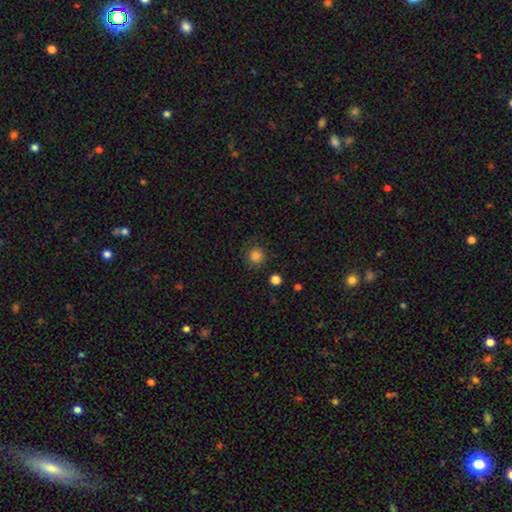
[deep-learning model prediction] The model was most divided on "smooth or featured": smooth: 85%, star or artifact: 12%, featured or disk: 4%. More confident: how rounded — round (93%); merging — none (85%).